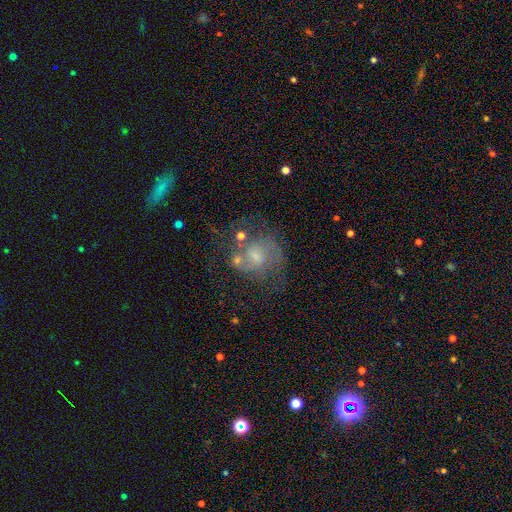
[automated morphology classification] featured or disk 67%, smooth 21%, star or artifact 12%. Down the decision tree: edge-on disk — no (98%); bar — no (53%); spiral arms — yes (81%); spiral arm count — 2 (63%); spiral winding — medium (49%); bulge size — small (42%); merging — none (47%).